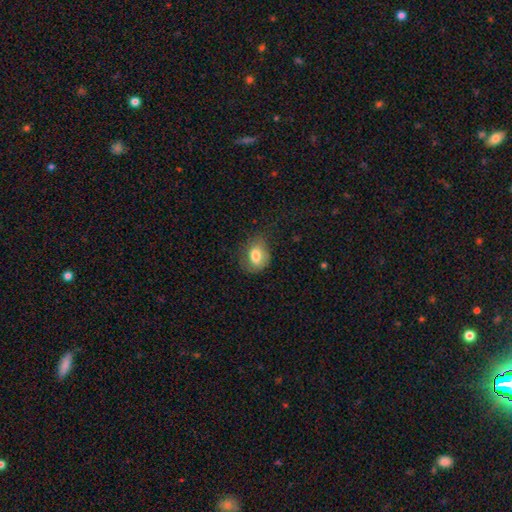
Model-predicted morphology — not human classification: Smooth or featured: smooth — 77% (featured or disk — 15%)
How rounded: in between — 67% (round — 32%)
Merging: none — 52% (minor disturbance — 30%)